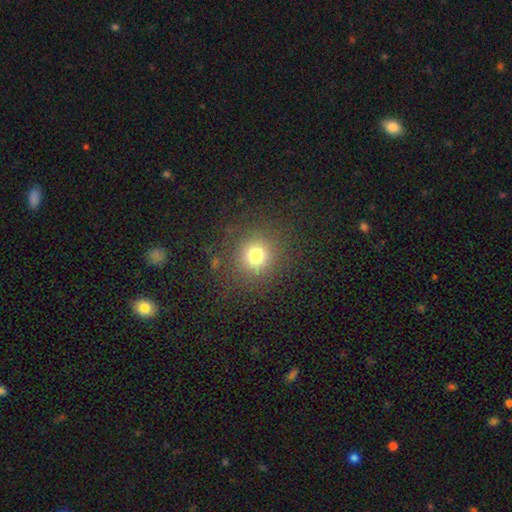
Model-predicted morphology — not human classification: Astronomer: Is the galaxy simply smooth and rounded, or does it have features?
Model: smooth — 74%.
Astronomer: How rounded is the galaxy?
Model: round — 92%.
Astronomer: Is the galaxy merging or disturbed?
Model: none — 85%.